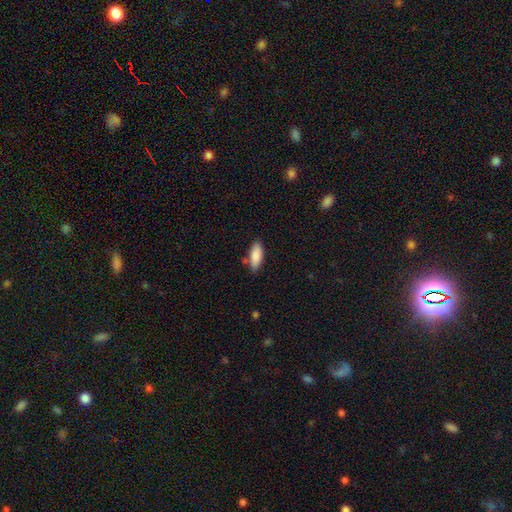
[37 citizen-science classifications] Volunteers were most divided on "how rounded": in between: 59%, cigar-shaped: 38%, round: 3%. More confident: merging — none (83%); smooth or featured — smooth (78%).